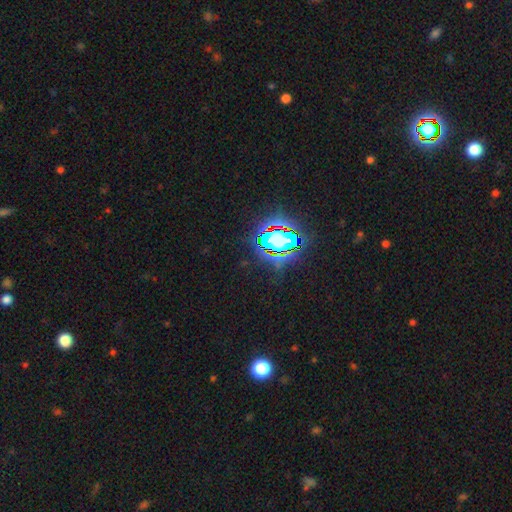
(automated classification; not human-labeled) The model was most divided on "smooth or featured": star or artifact: 82%, smooth: 11%, featured or disk: 7%.